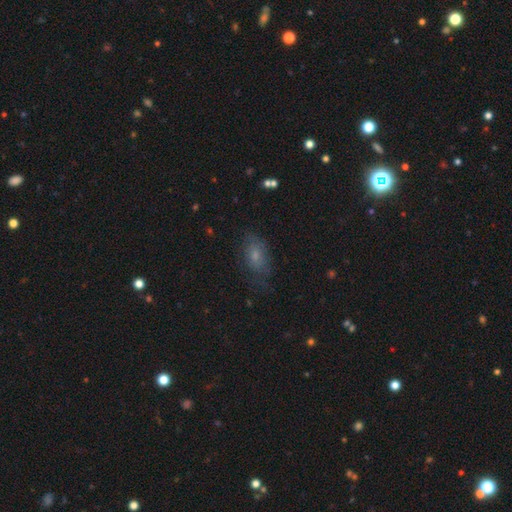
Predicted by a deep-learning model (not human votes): Smooth or featured?
  - smooth: 63% *
  - featured or disk: 24%
  - star or artifact: 13%
How rounded?
  - in between: 86% *
  - round: 9%
  - cigar-shaped: 6%
Merging?
  - none: 62% *
  - minor disturbance: 25%
  - major disturbance: 12%
  - merger: 2%